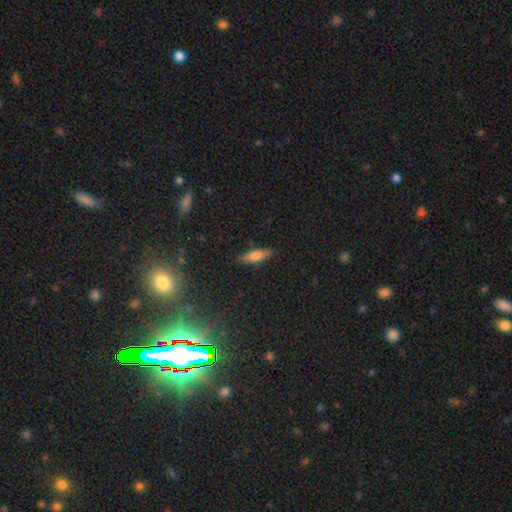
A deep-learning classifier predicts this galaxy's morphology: A smooth galaxy with no disk features (73%) that is cigar-shaped (52%).

Vote fractions:
- Smooth or featured? smooth: 73% / featured or disk: 19% / star or artifact: 8%
- How rounded? cigar-shaped: 52% / in between: 46% / round: 2%
- Merging? none: 87% / minor disturbance: 10% / major disturbance: 2% / merger: 1%